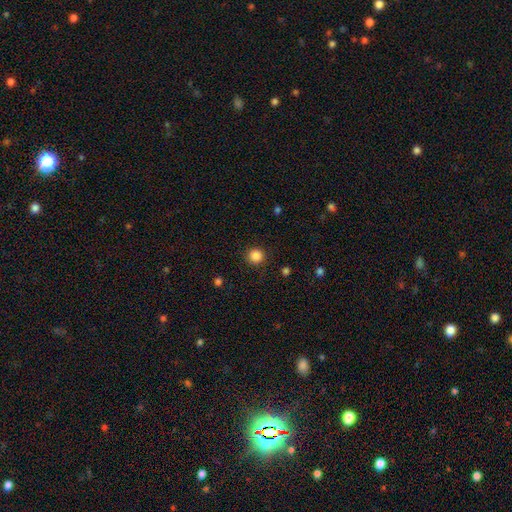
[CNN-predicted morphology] Overall: smooth (86%). How rounded: round (94%). Merging: none (89%).